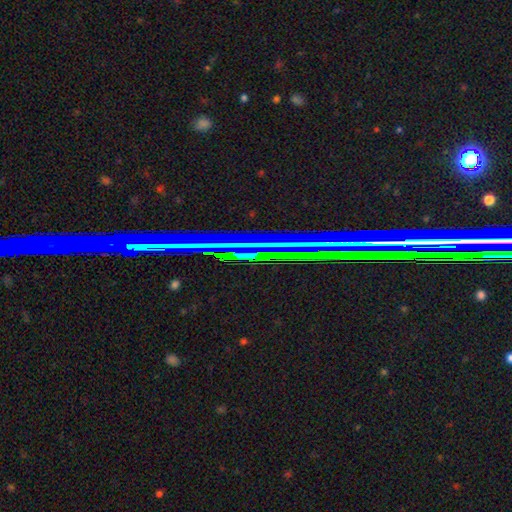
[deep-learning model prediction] Overall: star or artifact (78%).